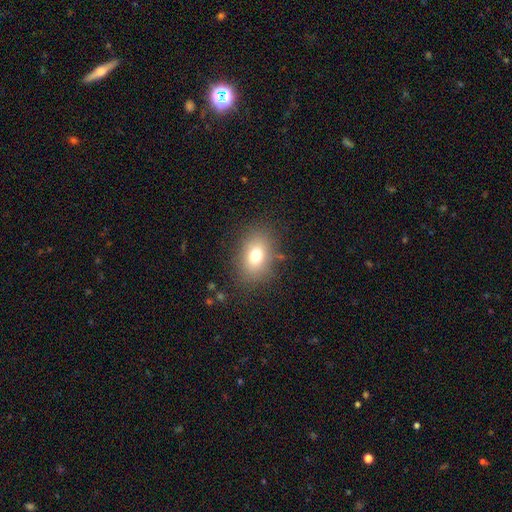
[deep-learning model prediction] A smooth galaxy with no disk features (74%) that is in between round and cigar-shaped (73%).

Vote fractions:
- Smooth or featured? smooth: 74% / featured or disk: 13% / star or artifact: 12%
- How rounded? in between: 73% / round: 26% / cigar-shaped: 1%
- Merging? none: 82% / minor disturbance: 11% / major disturbance: 5% / merger: 2%